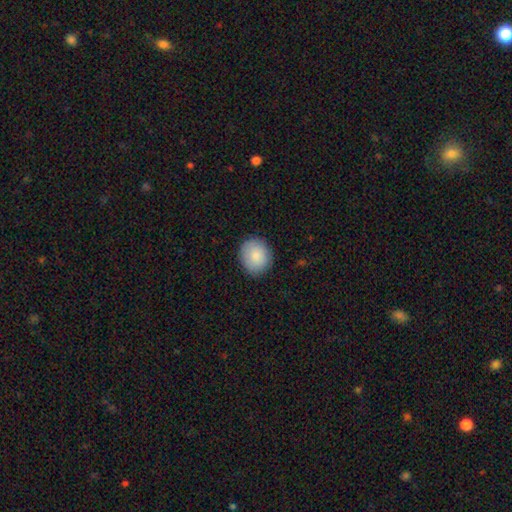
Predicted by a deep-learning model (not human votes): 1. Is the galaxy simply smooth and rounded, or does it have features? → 87% smooth, 7% star or artifact, 7% featured or disk.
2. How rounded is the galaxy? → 67% round, 32% in between, 1% cigar-shaped.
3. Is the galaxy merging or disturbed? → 87% none, 10% minor disturbance, 2% major disturbance, 1% merger.